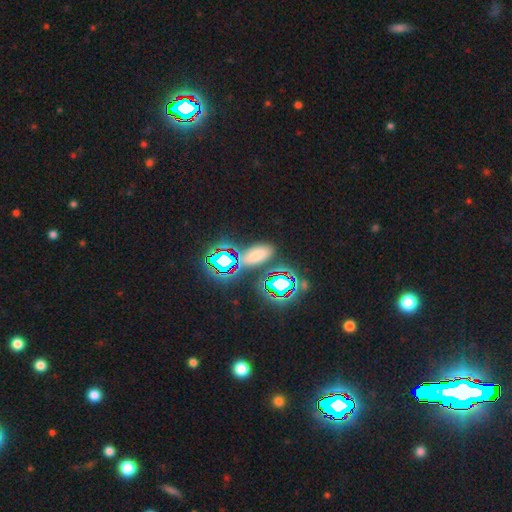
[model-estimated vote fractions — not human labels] Q: Smooth or featured?
A: smooth (47%); runner-up: star or artifact (42%)
Q: Merging?
A: none (77%); runner-up: minor disturbance (12%)